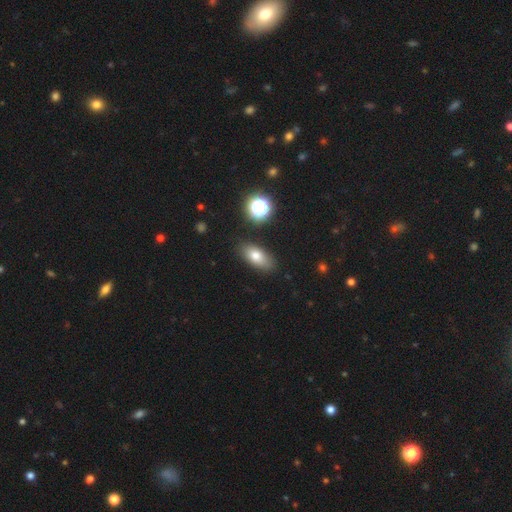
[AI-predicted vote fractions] A smooth galaxy with no disk features (76%) that is in between round and cigar-shaped (82%).

Vote fractions:
- Smooth or featured? smooth: 76% / featured or disk: 13% / star or artifact: 11%
- How rounded? in between: 82% / cigar-shaped: 11% / round: 7%
- Merging? none: 85% / minor disturbance: 10% / major disturbance: 3% / merger: 2%